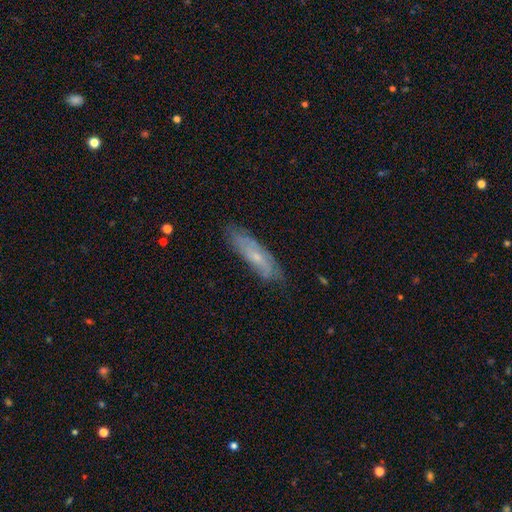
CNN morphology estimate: featured or disk 55%, smooth 37%, star or artifact 8%. Down the decision tree: edge-on disk — no (65%); merging — none (74%).